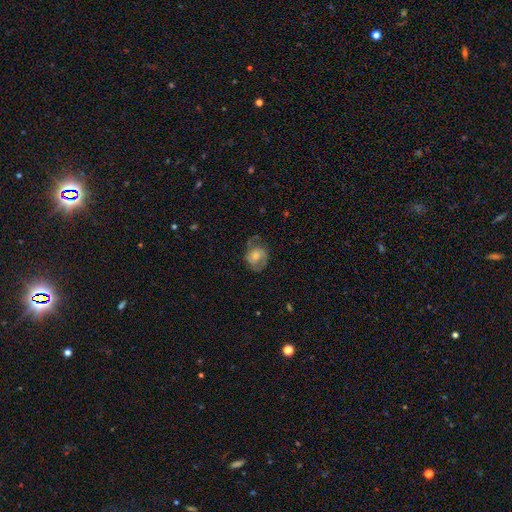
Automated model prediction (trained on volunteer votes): Smooth or featured?
  - featured or disk: 58% *
  - smooth: 35%
  - star or artifact: 8%
Edge-on disk?
  - no: 97% *
  - yes: 3%
Bar?
  - no: 60% *
  - weak: 33%
  - strong: 7%
Spiral arms?
  - yes: 83% *
  - no: 17%
Bulge size?
  - moderate: 46% *
  - small: 31%
  - large: 13%
  - none: 8%
  - dominant: 2%
Merging?
  - none: 55% *
  - minor disturbance: 25%
  - major disturbance: 19%
  - merger: 1%